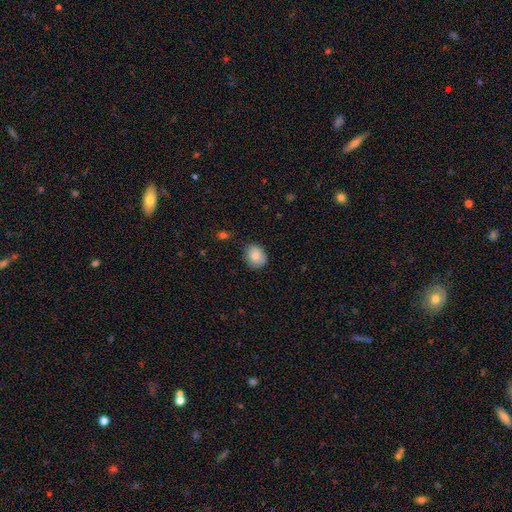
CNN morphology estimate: smooth-or-featured: smooth: 86% | star or artifact: 8% | featured or disk: 6%
  how-rounded: round: 58% | in between: 41% | cigar-shaped: 1%
  merging: none: 76% | minor disturbance: 19% | major disturbance: 3% | merger: 2%